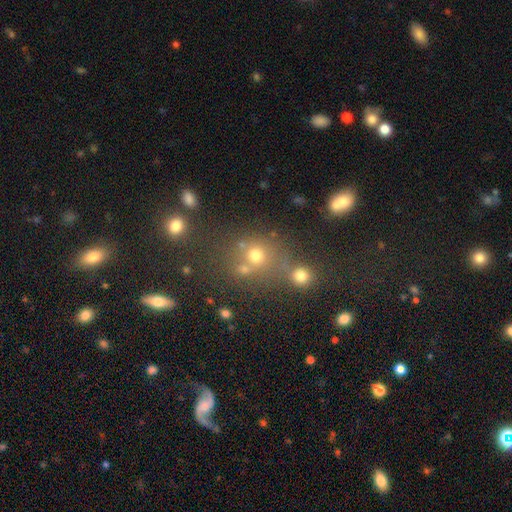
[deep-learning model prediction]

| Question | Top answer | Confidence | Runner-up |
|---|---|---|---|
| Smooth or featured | smooth | 68% | star or artifact (21%) |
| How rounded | round | 80% | in between (19%) |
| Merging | none | 54% | merger (30%) |